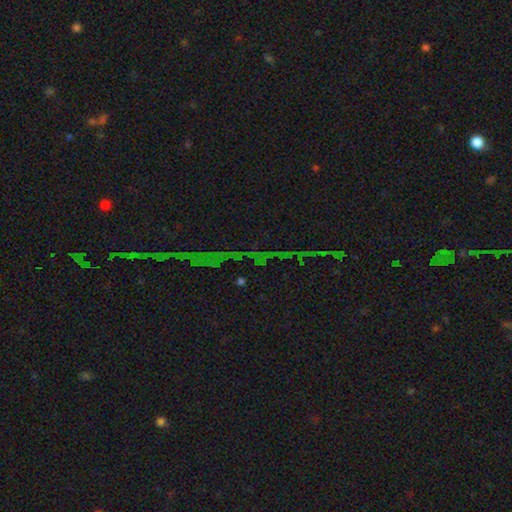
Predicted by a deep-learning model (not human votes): Q: Smooth or featured?
A: star or artifact (81%); runner-up: featured or disk (10%)